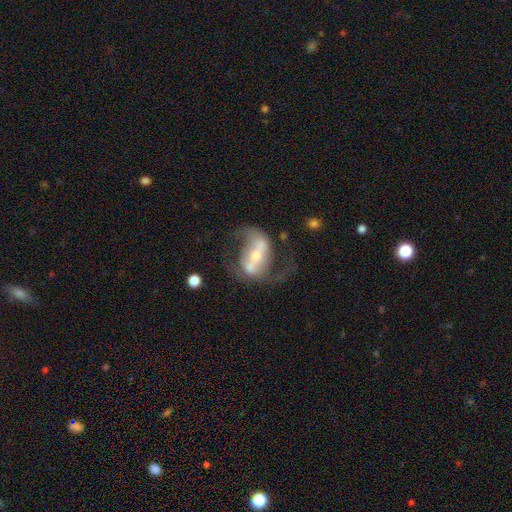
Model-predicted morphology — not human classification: Overall: featured or disk (82%). Edge-on disk: no (94%). Bar: strong (59%; weak 26%). Spiral arms: yes (86%). Spiral arm count: 2 (89%). Spiral winding: loose (51%; medium 40%). Bulge size: moderate (47%; small 42%). Merging: none (55%; major disturbance 21%).